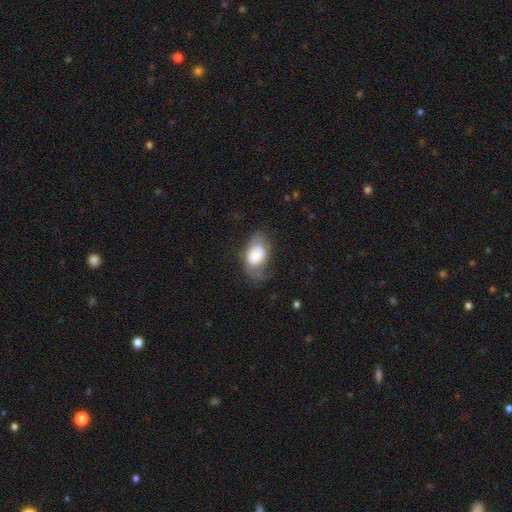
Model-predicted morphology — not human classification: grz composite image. It shows a smooth galaxy with no disk features (55%) that is in between round and cigar-shaped (83%). Merging: none (40%).